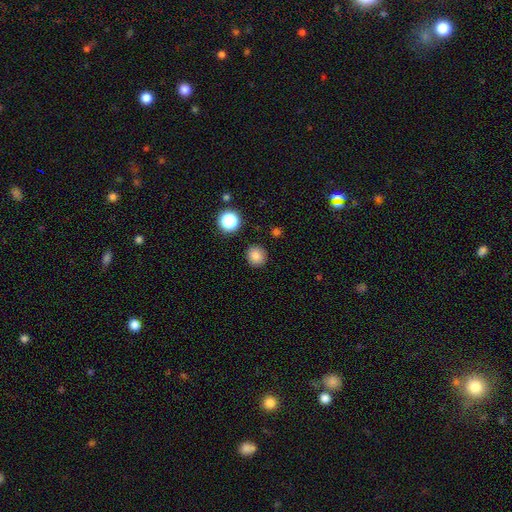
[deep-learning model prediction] This is clearly a smooth galaxy (82%). How rounded: clearly round (91%). Merging: clearly none (90%).